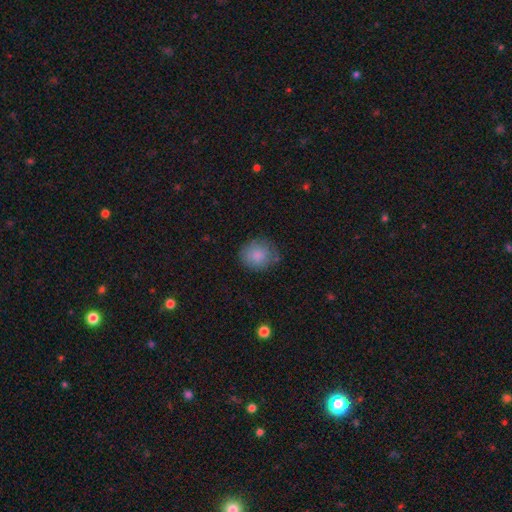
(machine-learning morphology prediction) A smooth galaxy with no disk features (84%) that is round (76%).

Vote fractions:
- Smooth or featured? smooth: 84% / featured or disk: 8% / star or artifact: 8%
- How rounded? round: 76% / in between: 23% / cigar-shaped: 1%
- Merging? none: 73% / minor disturbance: 20% / major disturbance: 5% / merger: 2%